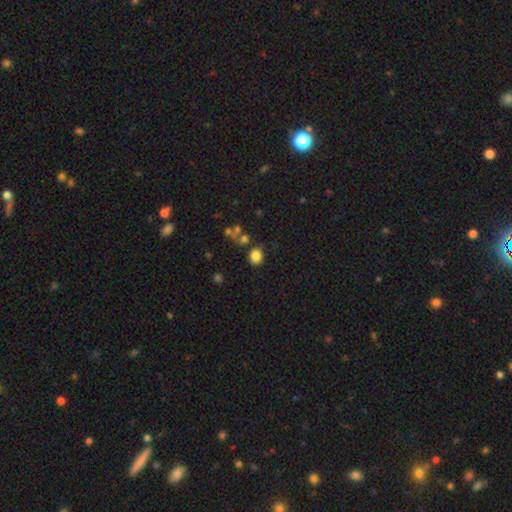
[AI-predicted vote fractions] Smooth or featured? smooth (82%)
How rounded? round (69%)
Merging? none (74%)